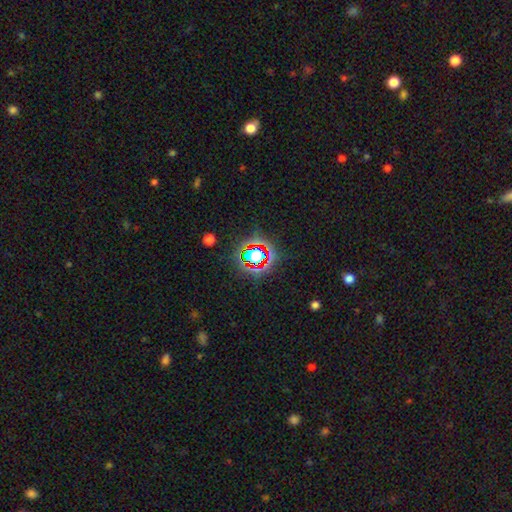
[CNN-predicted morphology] type=star or artifact (67%).